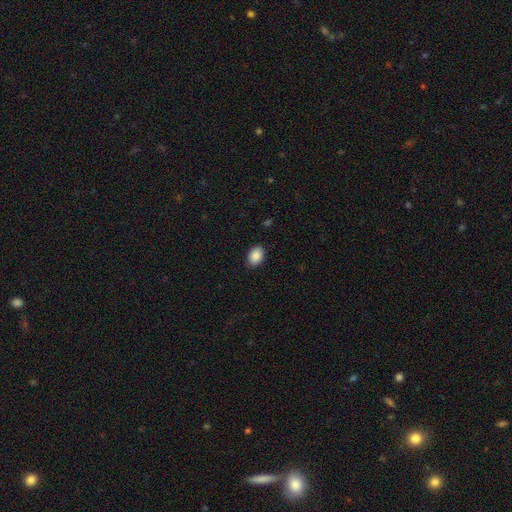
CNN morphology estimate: This is clearly a smooth galaxy (89%). How rounded: clearly in between (80%). Merging: clearly none (87%).